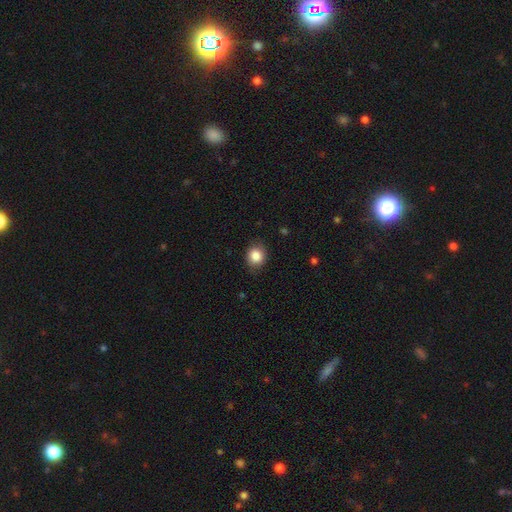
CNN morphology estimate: smooth 85%, star or artifact 9%, featured or disk 6%. Down the decision tree: how rounded — round (71%); merging — none (83%).